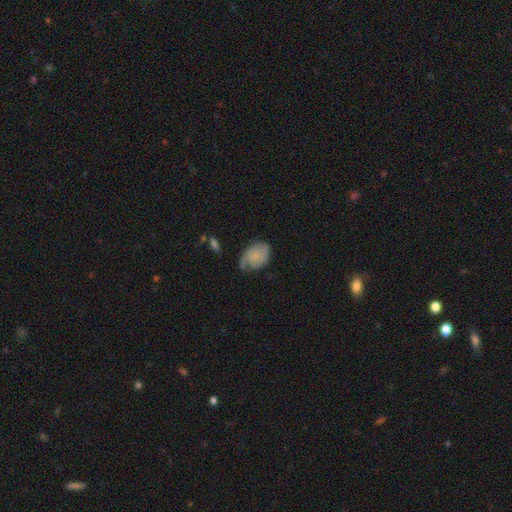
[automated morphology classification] smooth-or-featured: smooth: 53% | featured or disk: 40% | star or artifact: 8%
  how-rounded: in between: 79% | round: 20% | cigar-shaped: 1%
  merging: none: 45% | minor disturbance: 35% | major disturbance: 17% | merger: 2%